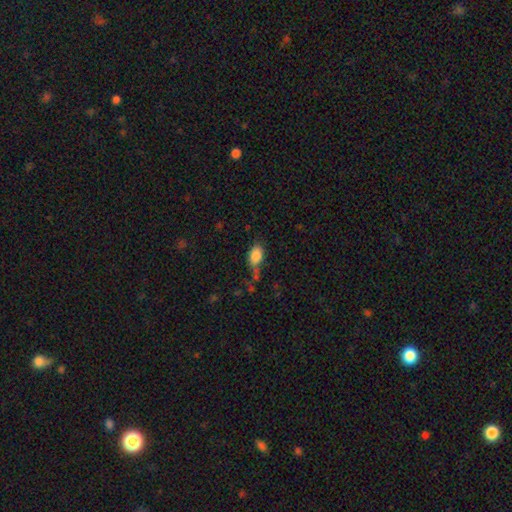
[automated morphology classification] smooth_or_featured: smooth (p=0.86) [alt: star or artifact p=0.08]
how_rounded: in between (p=0.87) [alt: round p=0.11]
merging: none (p=0.54) [alt: minor disturbance p=0.26]